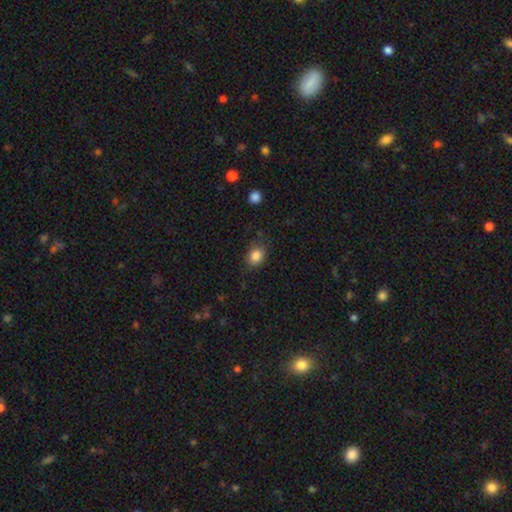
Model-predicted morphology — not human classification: This appears to be a smooth galaxy with no disk features (85%) that is in between round and cigar-shaped (59%). Merging: none (78%).